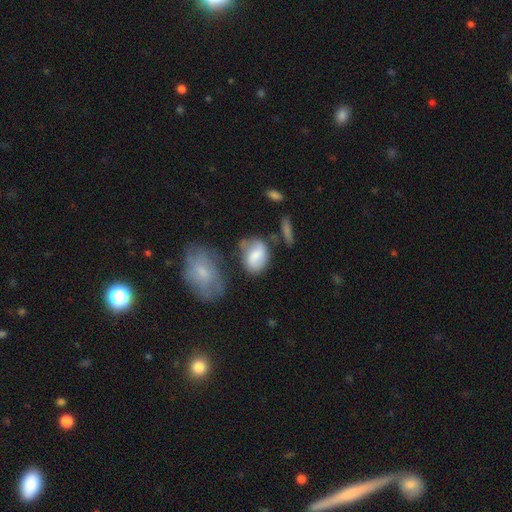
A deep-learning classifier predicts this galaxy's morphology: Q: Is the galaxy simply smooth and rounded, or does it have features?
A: smooth — 64%.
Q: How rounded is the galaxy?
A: in between — 72%.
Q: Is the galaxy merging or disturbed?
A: none — 49%.